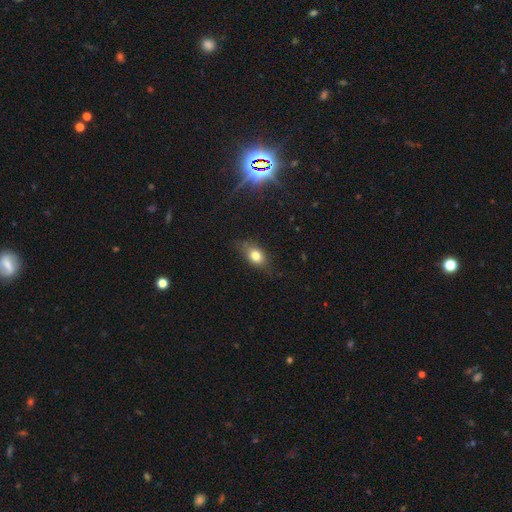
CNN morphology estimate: Smooth or featured? smooth (76%)
How rounded? in between (74%)
Merging? none (67%)